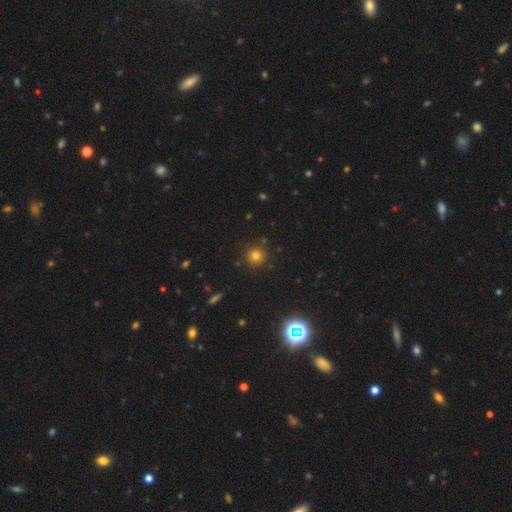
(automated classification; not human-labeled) smooth_or_featured: smooth (p=0.76) [alt: star or artifact p=0.17]
how_rounded: round (p=0.94) [alt: in between p=0.05]
merging: none (p=0.88) [alt: minor disturbance p=0.07]